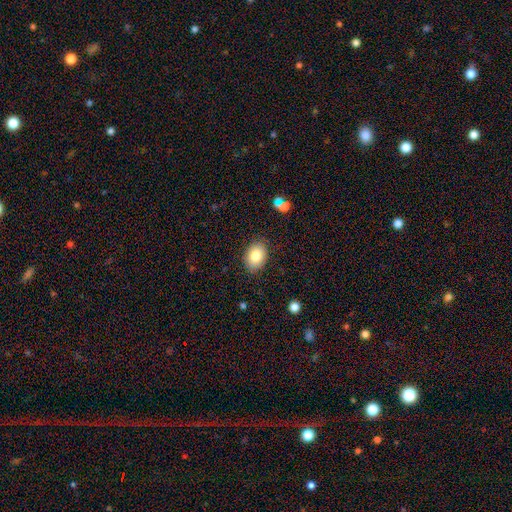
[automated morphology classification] Q: Smooth or featured?
A: smooth (82%); runner-up: featured or disk (10%)
Q: How rounded?
A: in between (78%); runner-up: round (21%)
Q: Merging?
A: none (86%); runner-up: minor disturbance (10%)